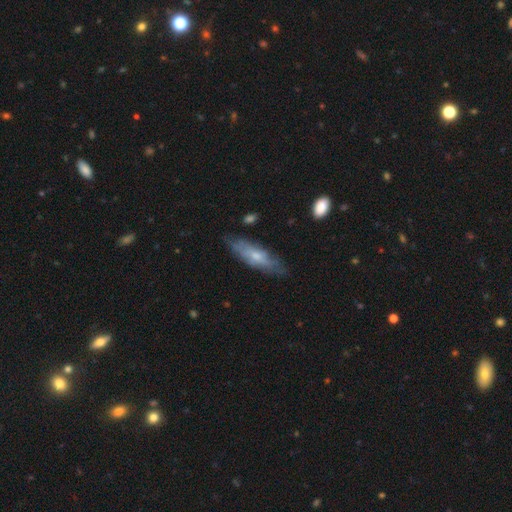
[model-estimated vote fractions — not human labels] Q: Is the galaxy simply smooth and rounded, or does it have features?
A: smooth — 47%, tied with featured or disk.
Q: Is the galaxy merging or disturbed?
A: none — 70%.